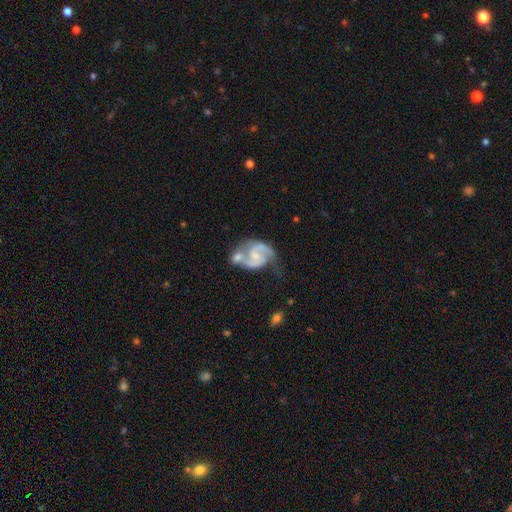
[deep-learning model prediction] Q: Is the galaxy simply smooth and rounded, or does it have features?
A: featured or disk — 88%.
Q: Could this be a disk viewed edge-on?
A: no — 98%.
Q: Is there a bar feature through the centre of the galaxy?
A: weak — 45%.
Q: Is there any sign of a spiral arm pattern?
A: yes — 96%.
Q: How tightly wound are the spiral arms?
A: medium — 57%.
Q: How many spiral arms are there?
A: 2 — 91%.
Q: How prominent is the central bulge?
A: small — 47%.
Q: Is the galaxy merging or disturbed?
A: none — 40%.